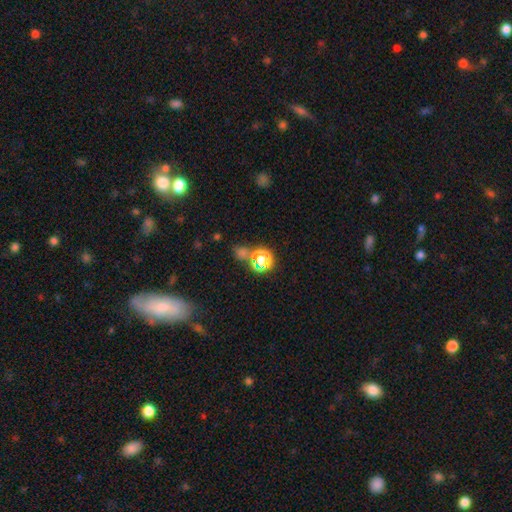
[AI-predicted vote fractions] Overall: star or artifact (46%; smooth 39%).